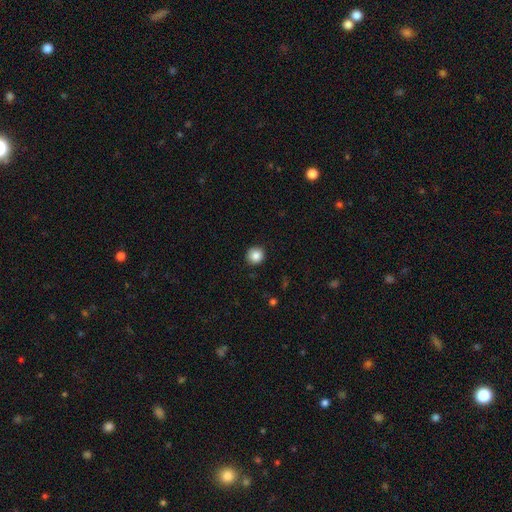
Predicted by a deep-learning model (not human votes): The model was most divided on "smooth or featured": smooth: 86%, star or artifact: 9%, featured or disk: 4%. More confident: how rounded — round (90%); merging — none (89%).